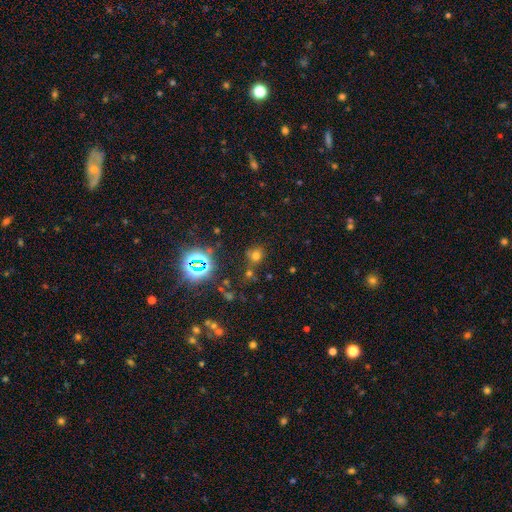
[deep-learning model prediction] Smooth or featured: smooth — 58% (star or artifact — 34%)
How rounded: round — 79% (in between — 20%)
Merging: none — 69% (minor disturbance — 13%)